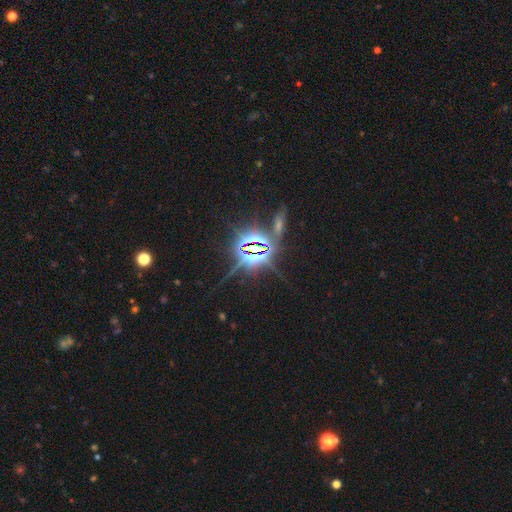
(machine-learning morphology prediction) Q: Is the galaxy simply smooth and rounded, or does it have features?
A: star or artifact — 87%.